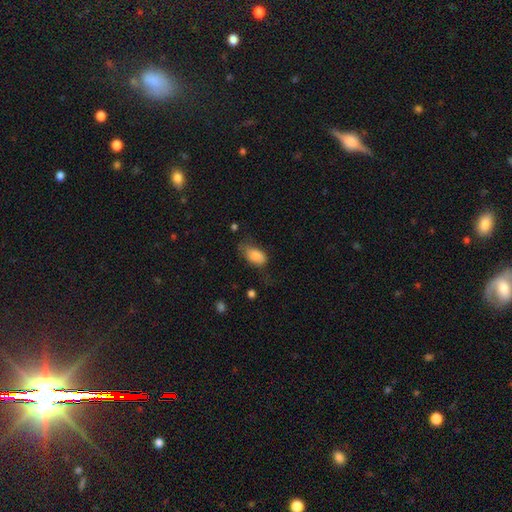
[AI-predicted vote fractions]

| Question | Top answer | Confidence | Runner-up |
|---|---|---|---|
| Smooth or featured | smooth | 83% | featured or disk (9%) |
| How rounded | in between | 92% | round (5%) |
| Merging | none | 47% | minor disturbance (34%) |